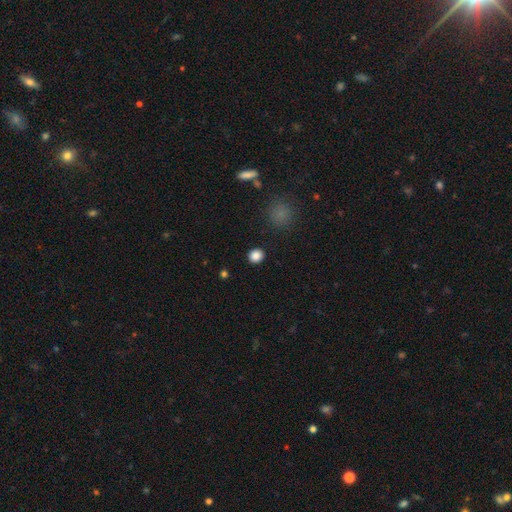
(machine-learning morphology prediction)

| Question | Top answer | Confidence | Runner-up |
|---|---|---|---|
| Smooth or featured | smooth | 85% | star or artifact (12%) |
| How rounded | round | 86% | in between (13%) |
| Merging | none | 91% | minor disturbance (6%) |